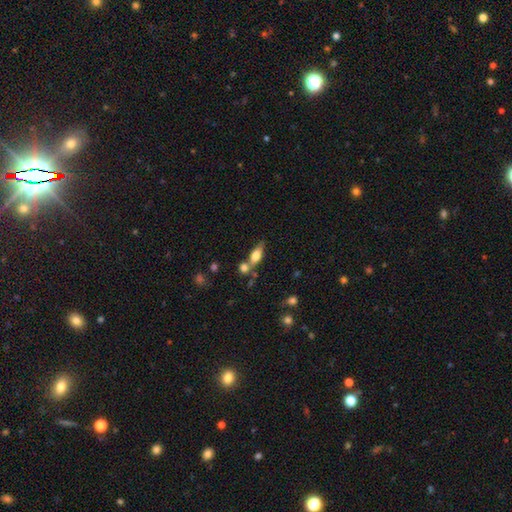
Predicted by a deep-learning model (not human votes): Morphology: type=smooth (64%); roundness=in between (72%); merging=none (50%).